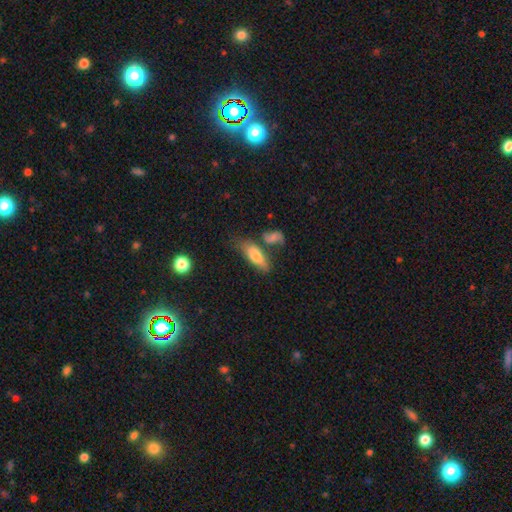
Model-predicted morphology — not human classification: smooth_or_featured: smooth (p=0.71) [alt: featured or disk p=0.22]
how_rounded: in between (p=0.69) [alt: cigar-shaped p=0.28]
merging: none (p=0.50) [alt: minor disturbance p=0.21]